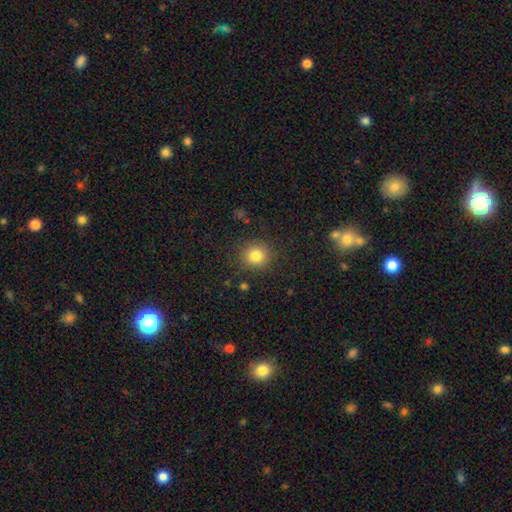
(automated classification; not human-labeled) This is clearly a smooth galaxy (82%). How rounded: clearly round (89%). Merging: clearly none (88%).